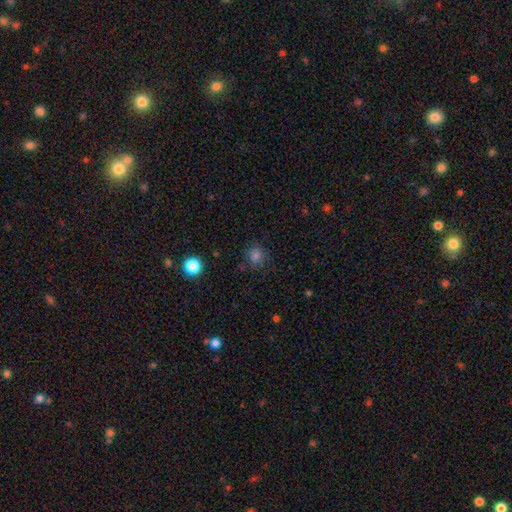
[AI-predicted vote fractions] smooth-or-featured: smooth: 78% | star or artifact: 16% | featured or disk: 6%
  how-rounded: round: 72% | in between: 27% | cigar-shaped: 1%
  merging: none: 79% | minor disturbance: 14% | major disturbance: 5% | merger: 2%